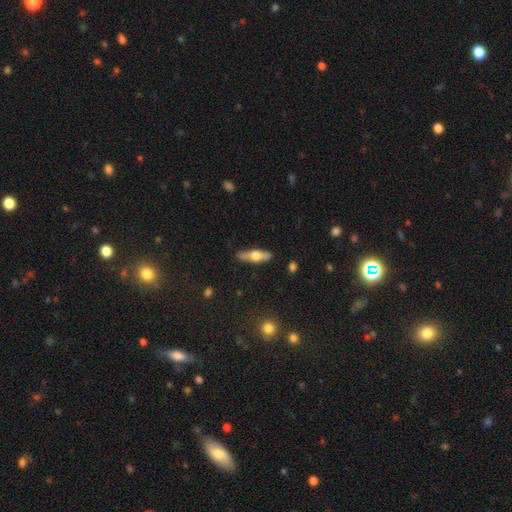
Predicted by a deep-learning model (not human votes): smooth 49%, featured or disk 46%, star or artifact 6%. Down the decision tree: merging — none (87%).